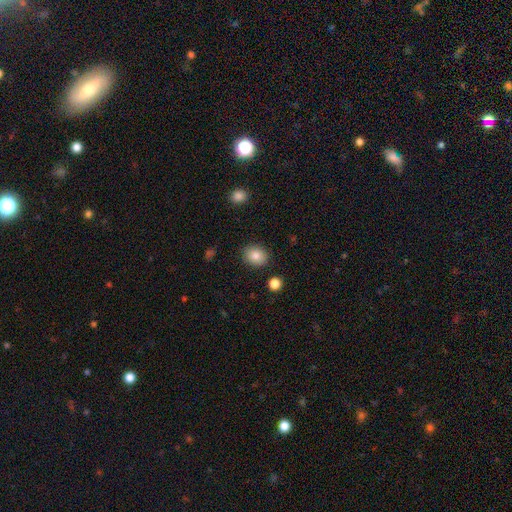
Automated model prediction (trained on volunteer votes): This is clearly a smooth galaxy (83%). How rounded: possibly round (59%). Merging: clearly none (87%).